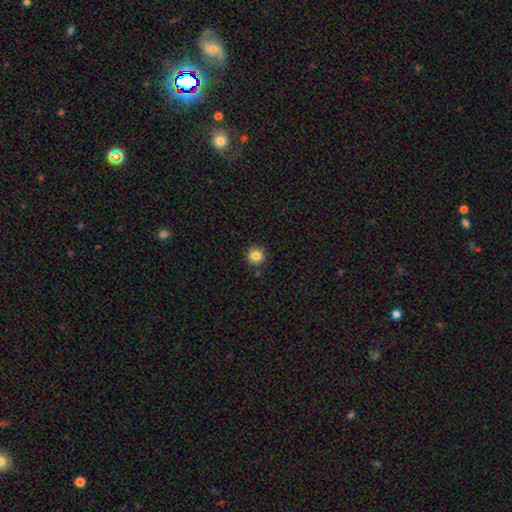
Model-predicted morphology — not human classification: Q: Smooth or featured?
A: smooth (84%); runner-up: star or artifact (10%)
Q: How rounded?
A: round (93%); runner-up: in between (6%)
Q: Merging?
A: none (88%); runner-up: minor disturbance (8%)